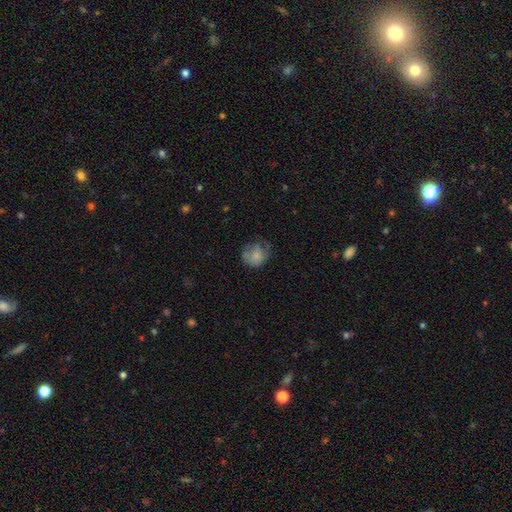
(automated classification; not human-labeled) The model was most divided on "merging": none: 47%, minor disturbance: 30%, major disturbance: 22%, merger: 2%. More confident: how rounded — round (76%); smooth or featured — smooth (69%).